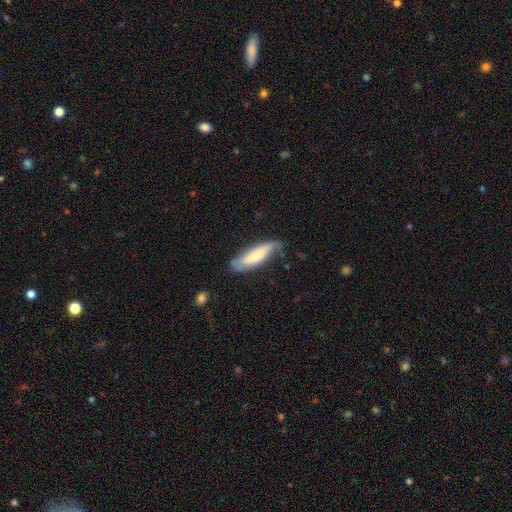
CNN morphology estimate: Smooth or featured? smooth (62%)
How rounded? cigar-shaped (56%)
Merging? none (59%)